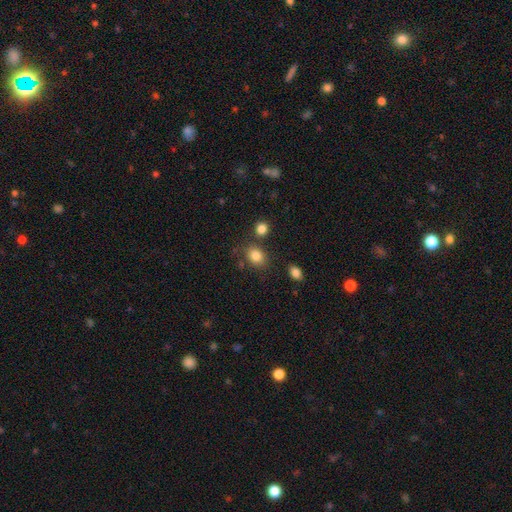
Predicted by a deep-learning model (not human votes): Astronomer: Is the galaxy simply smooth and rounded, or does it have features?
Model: smooth — 84%.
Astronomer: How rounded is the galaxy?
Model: in between — 52% (runner-up: round, 47%).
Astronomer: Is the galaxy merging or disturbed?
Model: none — 73%.